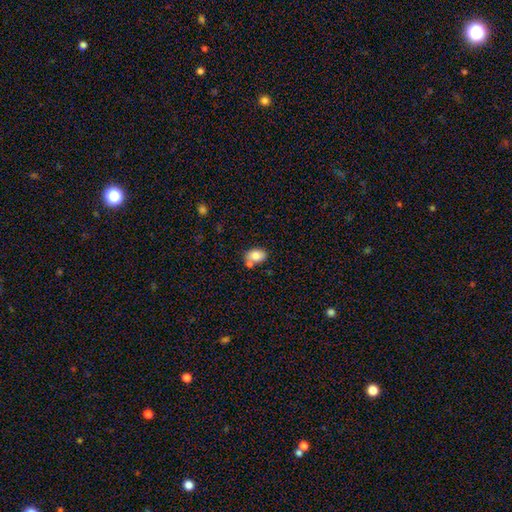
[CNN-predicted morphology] Smooth or featured? smooth (82%)
How rounded? in between (80%)
Merging? none (61%)